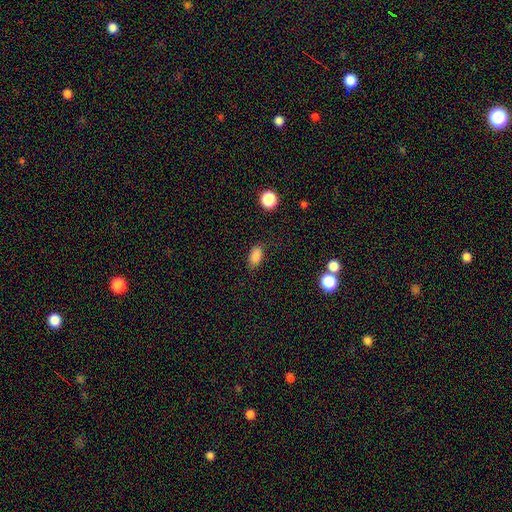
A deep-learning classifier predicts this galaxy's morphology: Smooth or featured? smooth (85%)
How rounded? in between (89%)
Merging? none (79%)